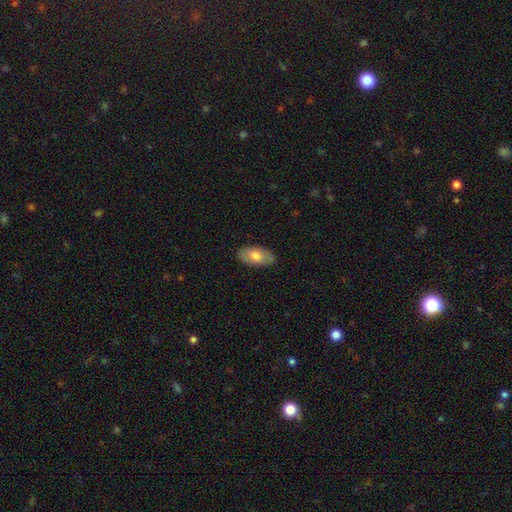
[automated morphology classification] Overall: smooth (68%). How rounded: in between (94%). Merging: none (86%).